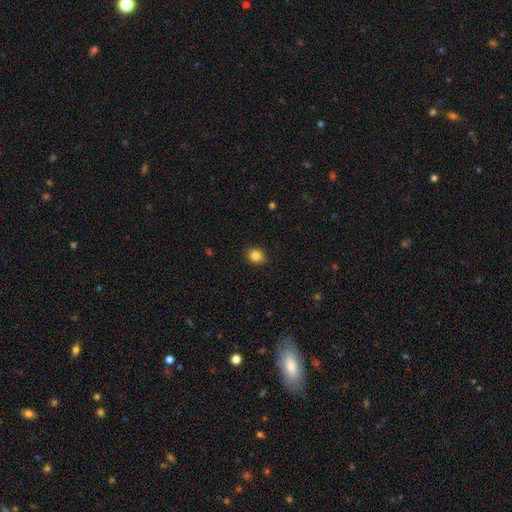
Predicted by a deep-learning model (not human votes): This appears to be a smooth galaxy with no disk features (84%) that is round (64%). Merging: none (89%).